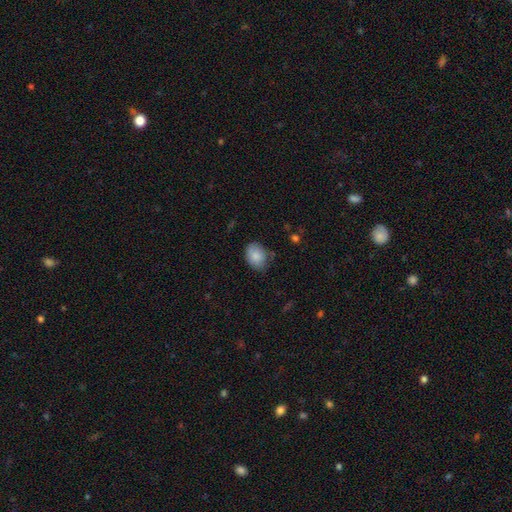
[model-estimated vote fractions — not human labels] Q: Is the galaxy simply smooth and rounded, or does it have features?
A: smooth — 85%.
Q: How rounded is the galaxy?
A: in between — 68%.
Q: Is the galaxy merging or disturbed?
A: none — 70%.